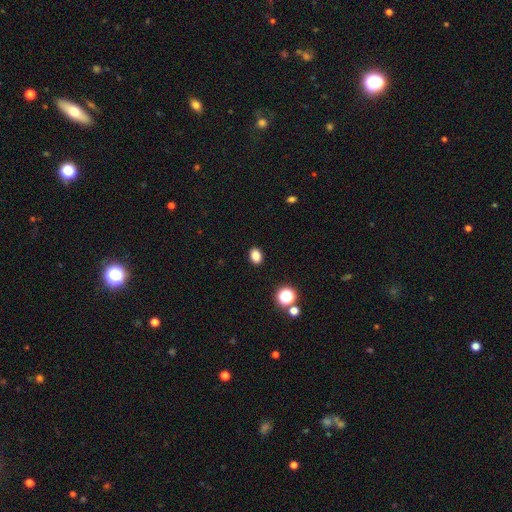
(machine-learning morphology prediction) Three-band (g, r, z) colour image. It shows a smooth galaxy with no disk features (84%) that is in between round and cigar-shaped (69%). Merging: none (90%).